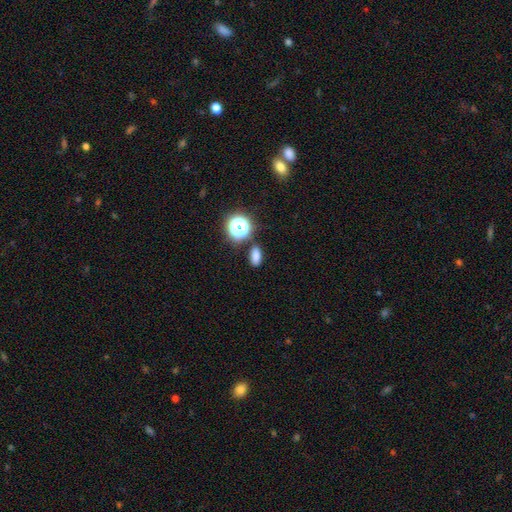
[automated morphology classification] Smooth or featured?
  - smooth: 77% *
  - star or artifact: 17%
  - featured or disk: 5%
How rounded?
  - in between: 79% *
  - round: 14%
  - cigar-shaped: 7%
Merging?
  - none: 84% *
  - minor disturbance: 9%
  - merger: 4%
  - major disturbance: 3%